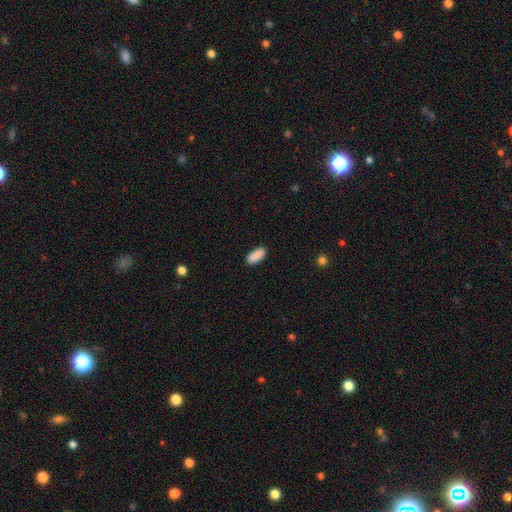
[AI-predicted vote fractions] Smooth or featured? smooth (90%)
How rounded? in between (88%)
Merging? none (86%)